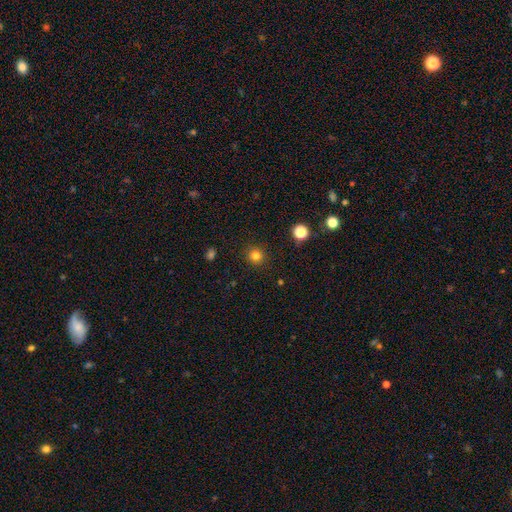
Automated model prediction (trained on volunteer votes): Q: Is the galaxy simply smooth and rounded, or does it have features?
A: smooth — 82%.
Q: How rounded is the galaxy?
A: round — 93%.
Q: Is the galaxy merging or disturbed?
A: none — 92%.